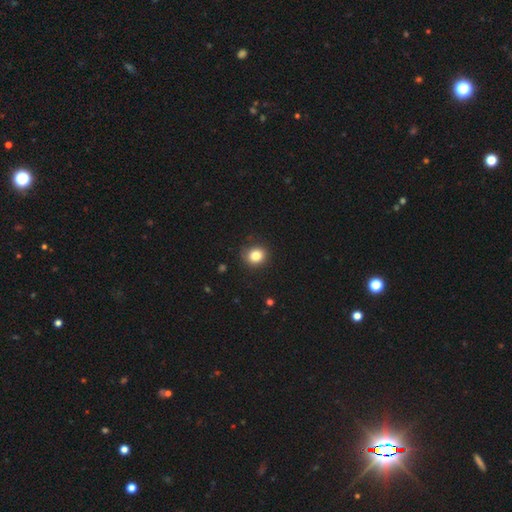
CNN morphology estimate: Smooth or featured? smooth (82%)
How rounded? round (83%)
Merging? none (86%)